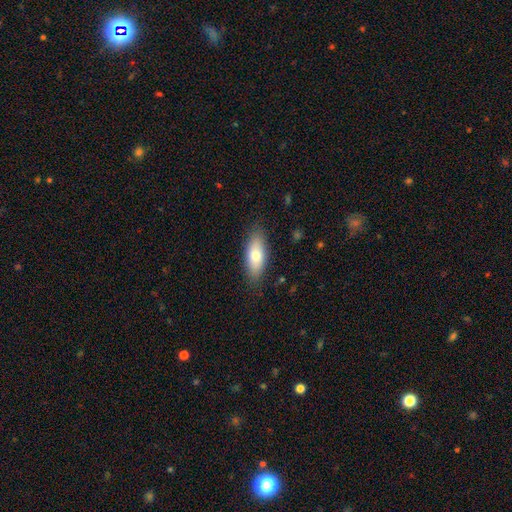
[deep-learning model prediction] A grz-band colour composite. It shows a smooth galaxy with no disk features (73%) that is in between round and cigar-shaped (74%). Merging: none (86%).